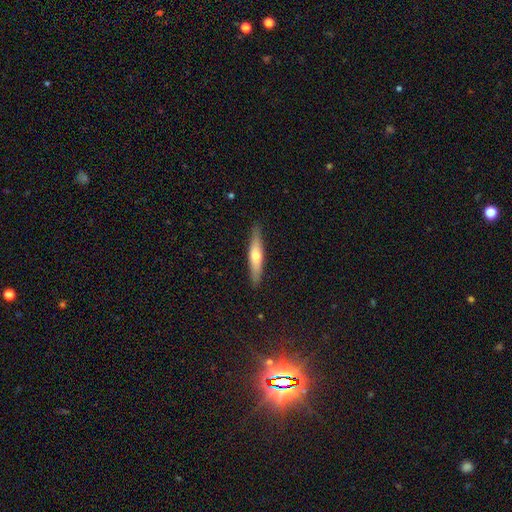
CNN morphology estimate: Smooth or featured?
  - smooth: 50% *
  - featured or disk: 44%
  - star or artifact: 6%
Merging?
  - none: 89% *
  - minor disturbance: 8%
  - major disturbance: 2%
  - merger: 1%